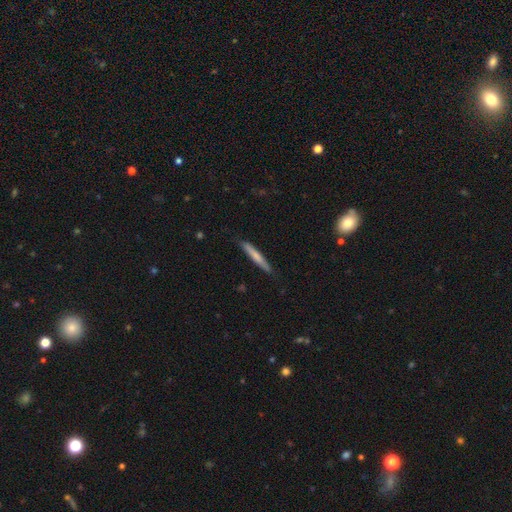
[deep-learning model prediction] The model was most divided on "smooth or featured": smooth: 68%, featured or disk: 27%, star or artifact: 5%. More confident: how rounded — cigar-shaped (95%); merging — none (86%).